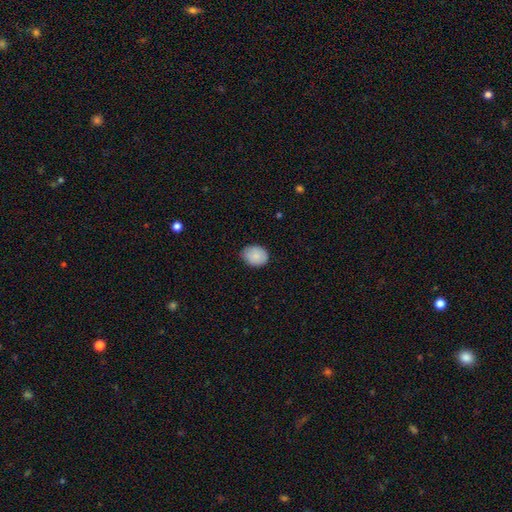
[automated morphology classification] Smooth or featured? smooth (87%)
How rounded? in between (56%)
Merging? none (81%)